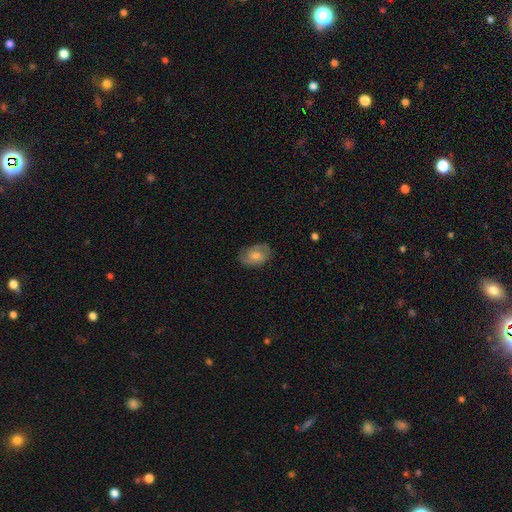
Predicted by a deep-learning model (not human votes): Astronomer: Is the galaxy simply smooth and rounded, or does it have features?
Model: smooth — 49% (runner-up: featured or disk, 44%).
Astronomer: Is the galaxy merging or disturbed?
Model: none — 72%.